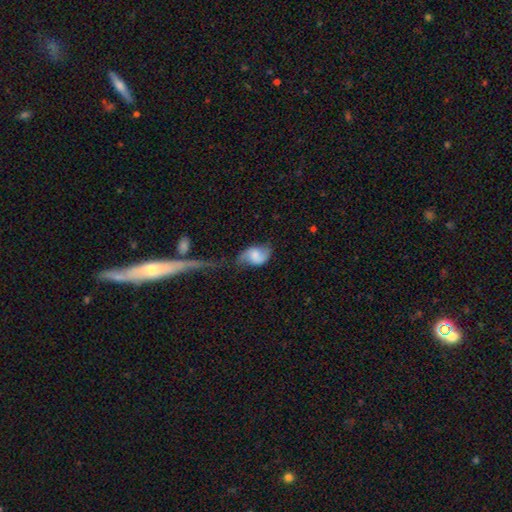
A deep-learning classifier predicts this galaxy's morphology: A smooth galaxy with no disk features (46%).

Vote fractions:
- Smooth or featured? smooth: 46% / featured or disk: 45% / star or artifact: 9%
- Merging? none: 49% / minor disturbance: 28% / major disturbance: 16% / merger: 7%